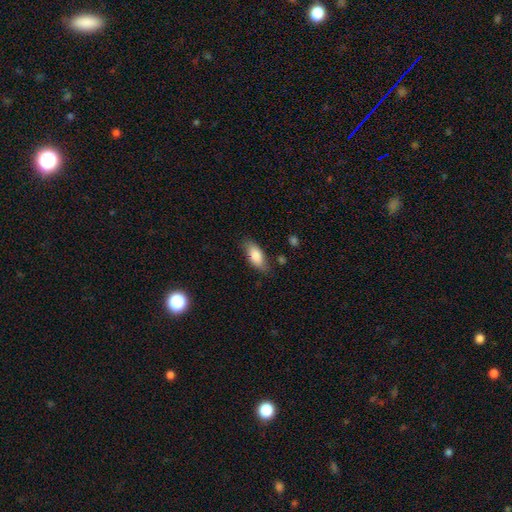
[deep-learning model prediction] A smooth galaxy with no disk features (83%) that is in between round and cigar-shaped (86%). Merging: none (75%).